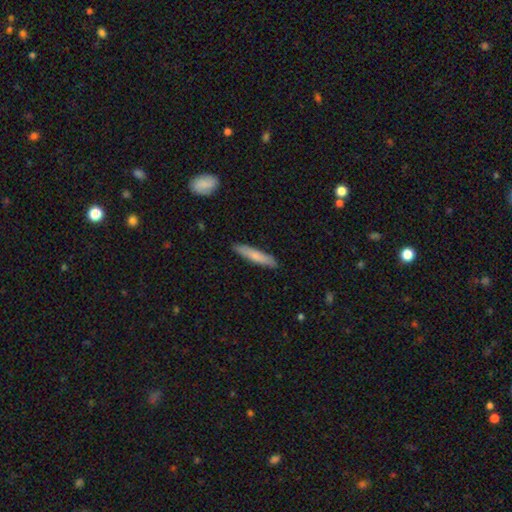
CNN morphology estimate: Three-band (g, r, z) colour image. It shows a smooth galaxy with no disk features (75%) that is cigar-shaped (91%). Merging: none (89%).